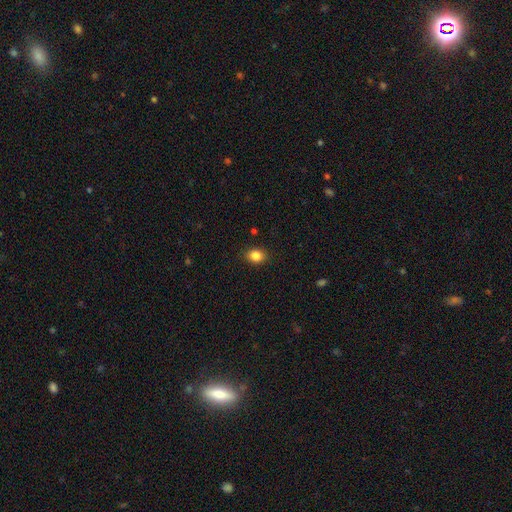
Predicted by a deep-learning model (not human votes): Q: Smooth or featured?
A: smooth (86%); runner-up: star or artifact (10%)
Q: How rounded?
A: in between (54%); runner-up: round (45%)
Q: Merging?
A: none (89%); runner-up: minor disturbance (8%)